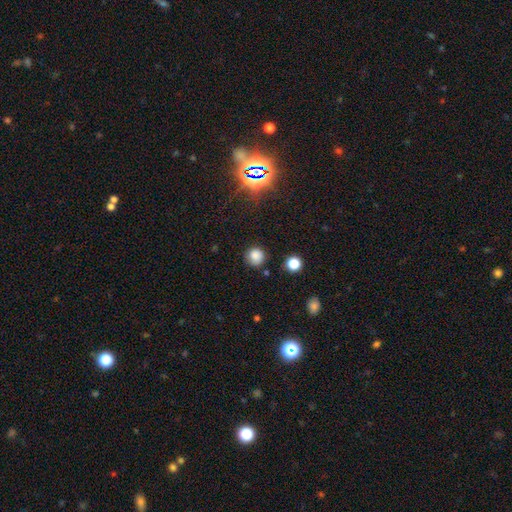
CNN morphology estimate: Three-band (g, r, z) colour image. It shows a smooth galaxy with no disk features (81%) that is round (92%). Merging: none (83%).